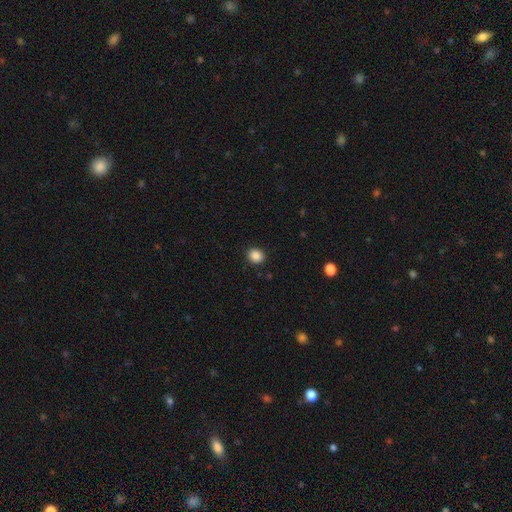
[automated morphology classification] This is clearly a smooth galaxy (87%). How rounded: likely round (73%). Merging: clearly none (90%).